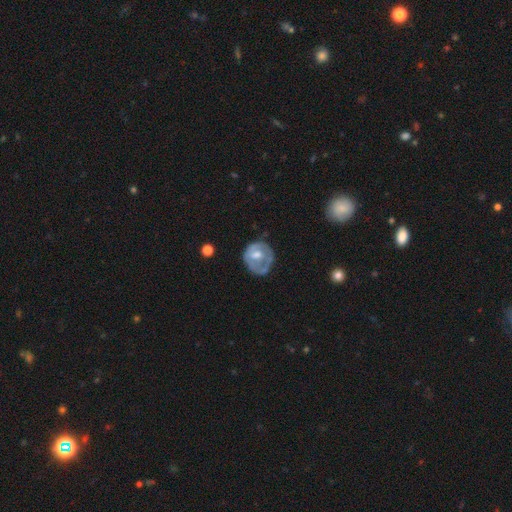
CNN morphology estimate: This appears to be a featured or disk galaxy (53%) with no bar (67%), no spiral arms (65%) and a moderate central bulge (62%). Merging: none (49%).